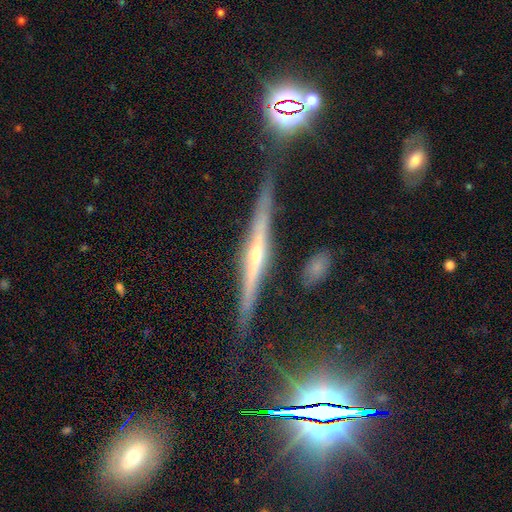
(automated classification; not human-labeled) Smooth or featured: featured or disk — 79% (smooth — 13%)
Edge-on disk: yes — 96% (no — 4%)
Edge-on bulge: rounded — 69% (none — 22%)
Merging: none — 79% (minor disturbance — 14%)